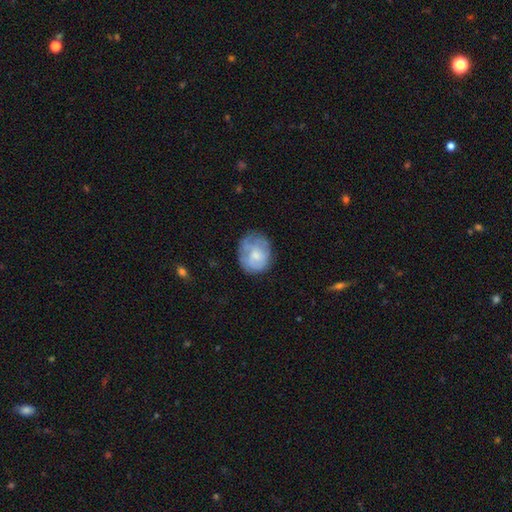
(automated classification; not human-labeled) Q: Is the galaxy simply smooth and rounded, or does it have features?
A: smooth — 63%.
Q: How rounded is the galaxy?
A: round — 64%.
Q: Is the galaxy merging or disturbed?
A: none — 58%.